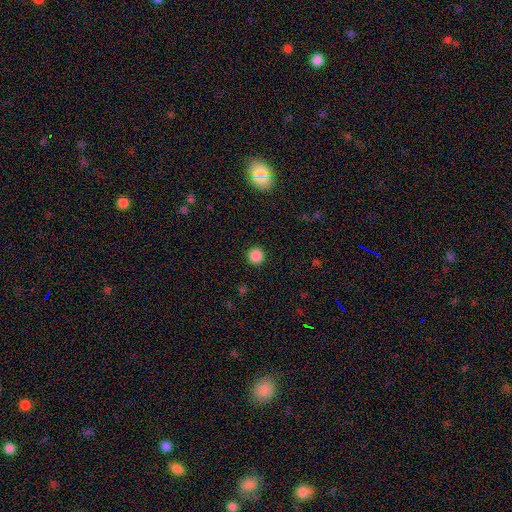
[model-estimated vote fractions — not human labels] Smooth or featured?
  - smooth: 87% *
  - star or artifact: 11%
  - featured or disk: 3%
How rounded?
  - round: 96% *
  - in between: 3%
  - cigar-shaped: 1%
Merging?
  - none: 93% *
  - minor disturbance: 5%
  - major disturbance: 2%
  - merger: 1%